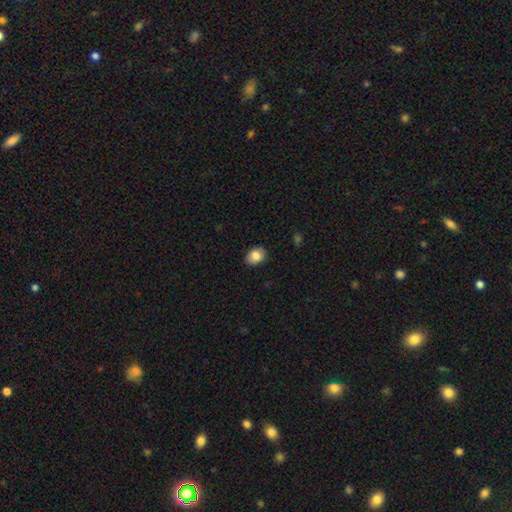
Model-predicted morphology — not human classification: This appears to be a smooth galaxy with no disk features (86%) that is in between round and cigar-shaped (60%). Merging: none (85%).